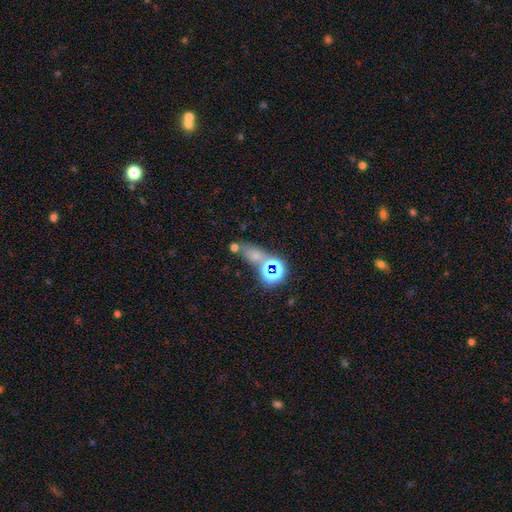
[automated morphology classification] A smooth galaxy with no disk features (48%).

Vote fractions:
- Smooth or featured? smooth: 48% / star or artifact: 38% / featured or disk: 14%
- Merging? none: 53% / merger: 25% / minor disturbance: 14% / major disturbance: 8%